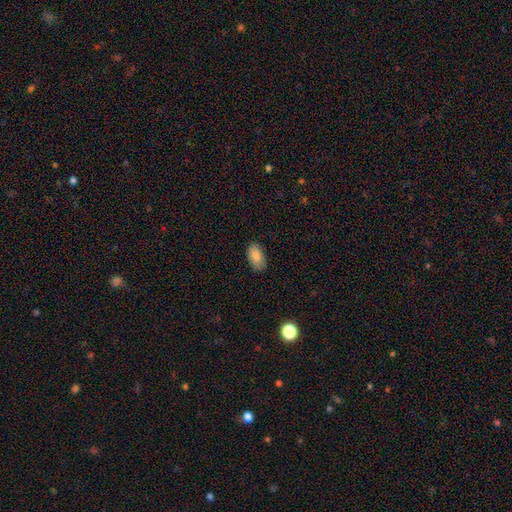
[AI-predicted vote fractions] Smooth or featured? smooth (85%)
How rounded? in between (93%)
Merging? none (83%)